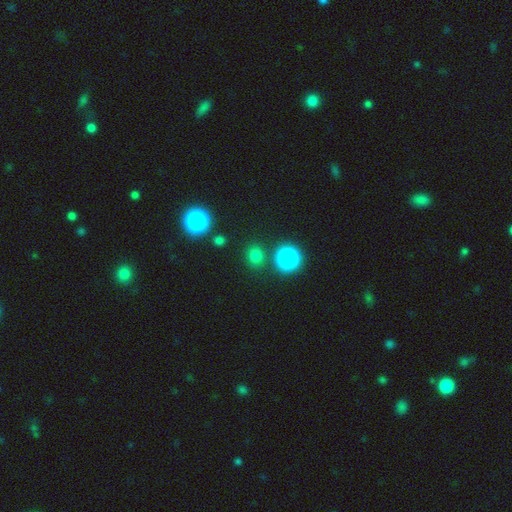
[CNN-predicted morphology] This appears to be a smooth galaxy with no disk features (73%) that is round (77%). Merging: none (85%).